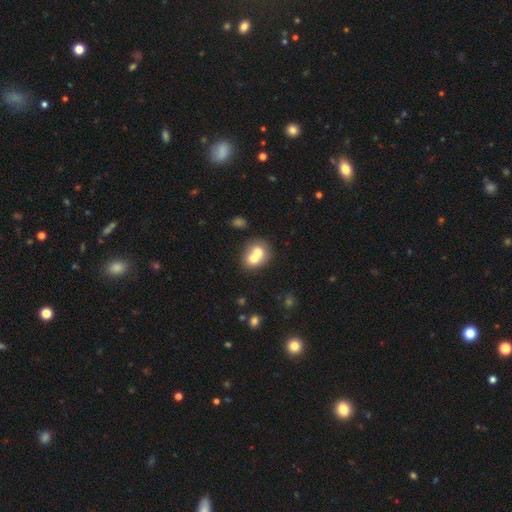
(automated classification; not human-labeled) This appears to be a smooth galaxy with no disk features (65%) that is round (63%). Merging: merger (71%).